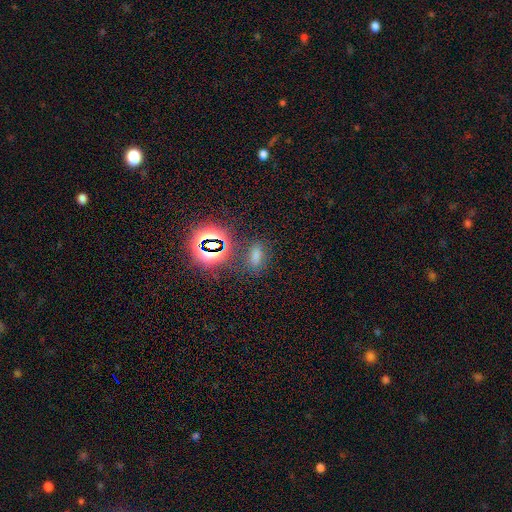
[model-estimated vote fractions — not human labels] Smooth or featured? smooth (53%)
How rounded? in between (75%)
Merging? none (73%)